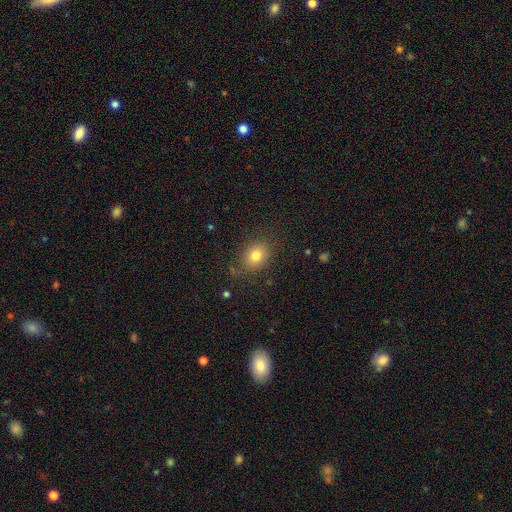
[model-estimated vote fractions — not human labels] smooth_or_featured: smooth (p=0.79) [alt: star or artifact p=0.12]
how_rounded: in between (p=0.53) [alt: round p=0.46]
merging: none (p=0.80) [alt: minor disturbance p=0.14]